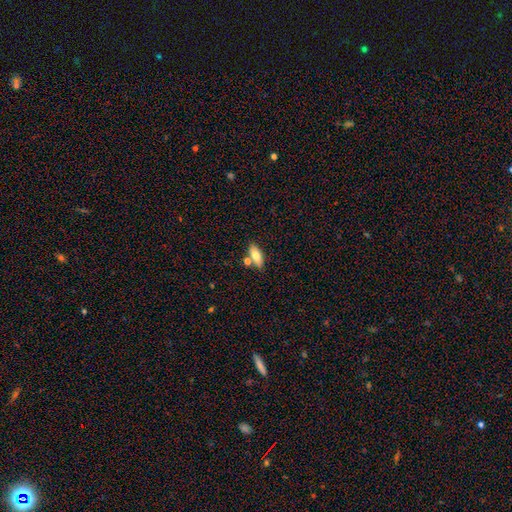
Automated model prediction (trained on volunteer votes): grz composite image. It shows a smooth galaxy with no disk features (73%) that is in between round and cigar-shaped (78%). Merging: none (70%).